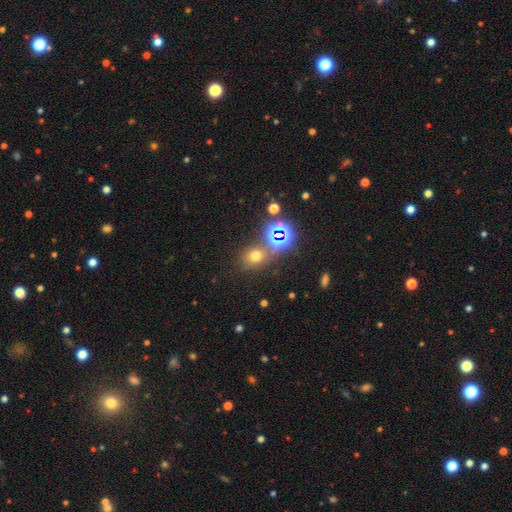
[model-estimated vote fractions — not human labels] Overall: smooth (58%; star or artifact 34%). How rounded: round (65%; in between 34%). Merging: none (70%).